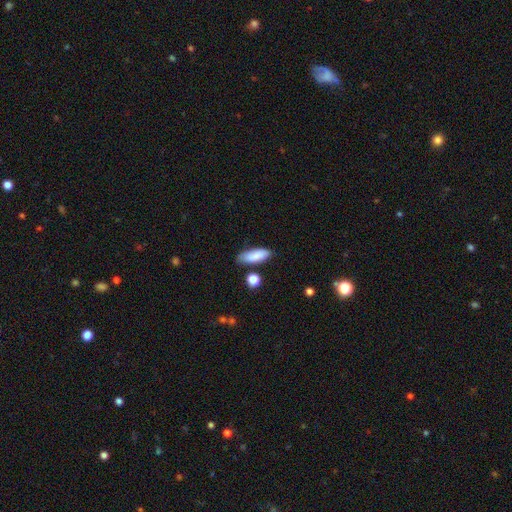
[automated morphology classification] smooth 85%, featured or disk 8%, star or artifact 7%. Down the decision tree: how rounded — in between (69%); merging — none (73%).